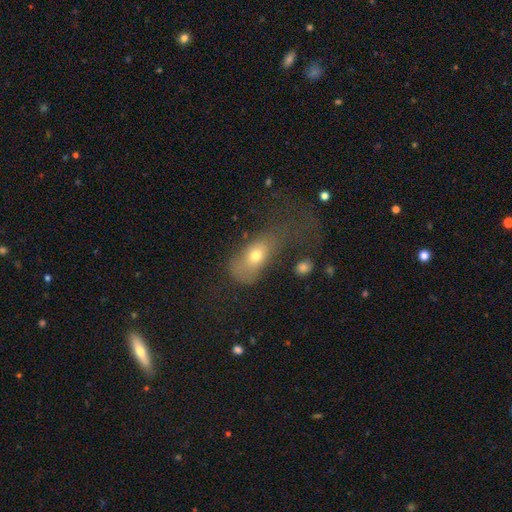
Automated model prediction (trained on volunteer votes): smooth_or_featured: smooth (p=0.66) [alt: featured or disk p=0.22]
how_rounded: in between (p=0.80) [alt: round p=0.14]
merging: major disturbance (p=0.48) [alt: none p=0.24]